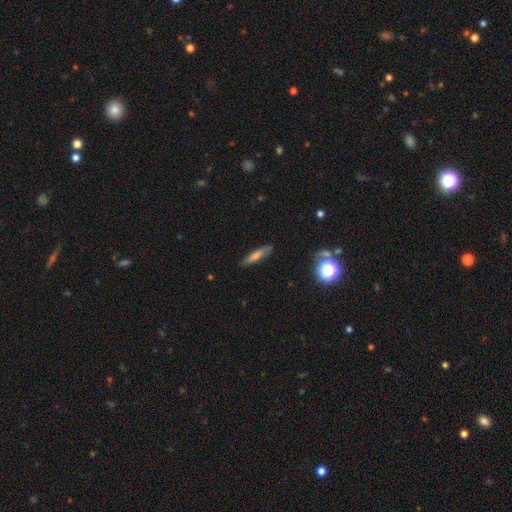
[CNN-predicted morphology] Smooth or featured?
  - smooth: 58% *
  - featured or disk: 30%
  - star or artifact: 11%
How rounded?
  - cigar-shaped: 80% *
  - in between: 17%
  - round: 3%
Merging?
  - none: 84% *
  - minor disturbance: 12%
  - major disturbance: 2%
  - merger: 2%